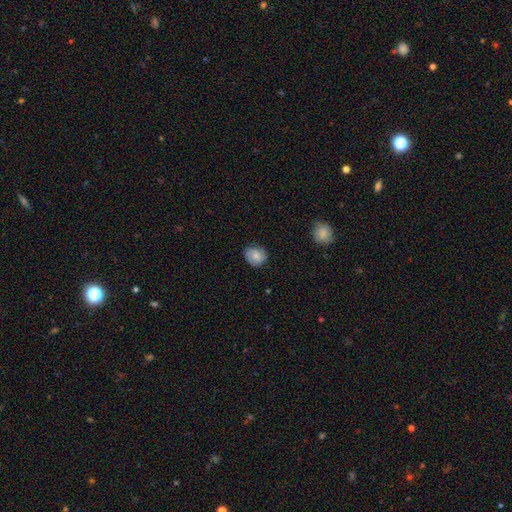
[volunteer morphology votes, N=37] A smooth galaxy with no disk features (54%) that is round (85%). Merging: none (77%).